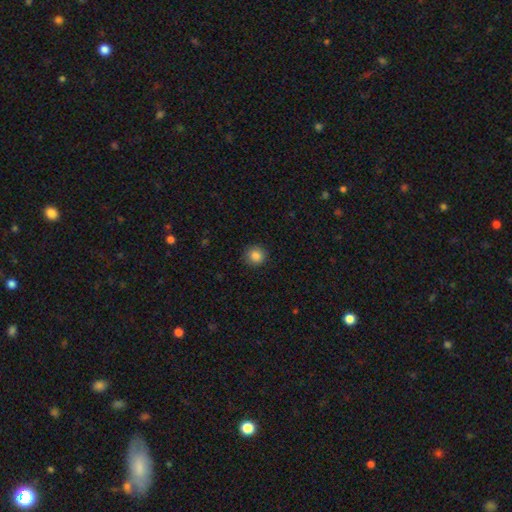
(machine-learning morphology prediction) This appears to be a smooth galaxy with no disk features (86%) that is round (93%). Merging: none (90%).